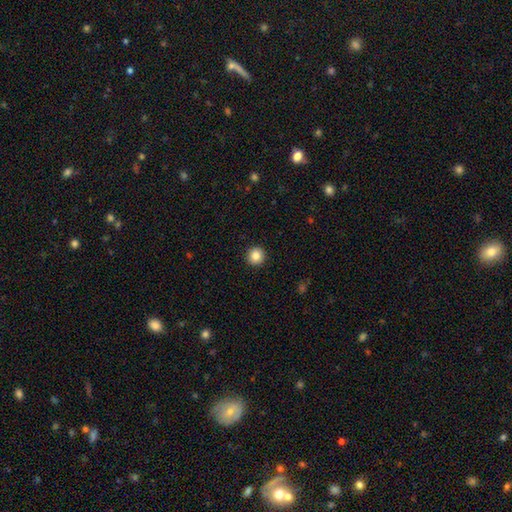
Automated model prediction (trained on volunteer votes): A smooth galaxy with no disk features (85%) that is round (95%).

Vote fractions:
- Smooth or featured? smooth: 85% / star or artifact: 10% / featured or disk: 5%
- How rounded? round: 95% / in between: 4% / cigar-shaped: 1%
- Merging? none: 93% / minor disturbance: 4% / major disturbance: 1% / merger: 1%